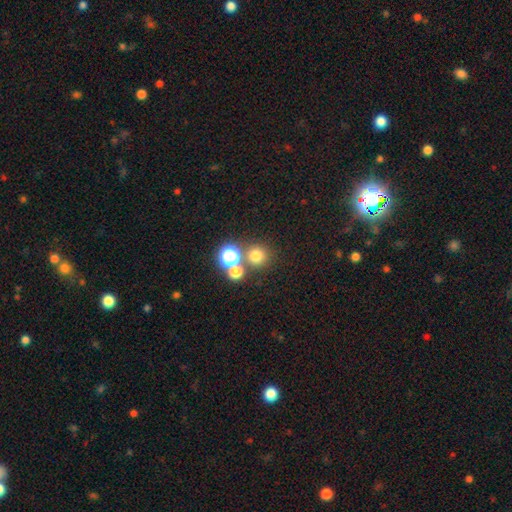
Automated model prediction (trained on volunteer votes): The model was most divided on "merging": none: 69%, merger: 22%, minor disturbance: 6%, major disturbance: 3%. More confident: how rounded — round (93%); smooth or featured — smooth (71%).